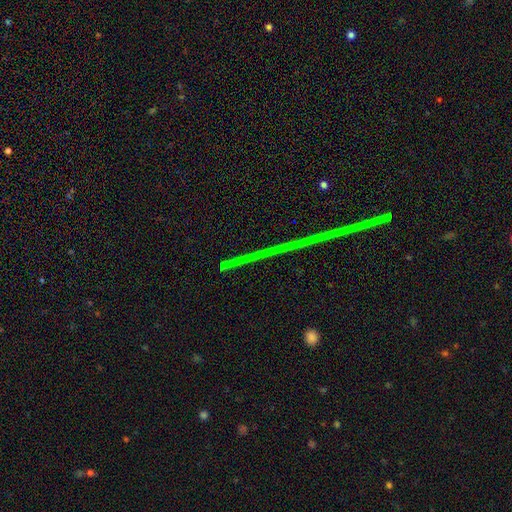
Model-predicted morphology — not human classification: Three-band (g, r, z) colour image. It shows a star or artifact, not a galaxy (85%).